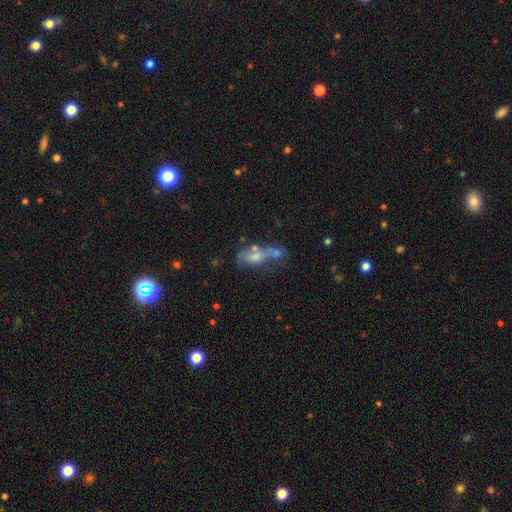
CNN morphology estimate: Overall: smooth (50%; featured or disk 38%). How rounded: in between (67%; cigar-shaped 28%). Merging: merger (35%; none 25%).